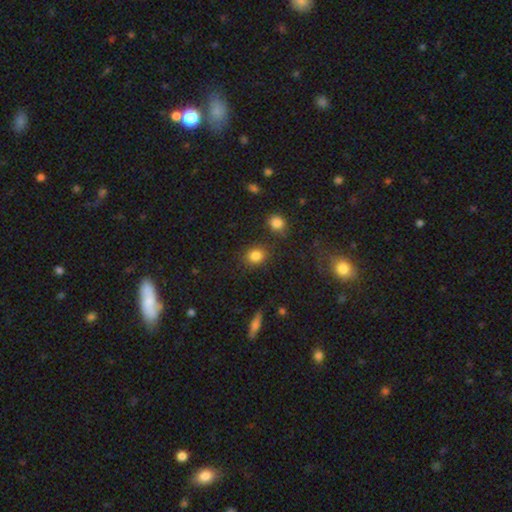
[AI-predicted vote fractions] Smooth or featured?
  - smooth: 84% *
  - star or artifact: 11%
  - featured or disk: 5%
How rounded?
  - round: 67% *
  - in between: 32%
  - cigar-shaped: 1%
Merging?
  - none: 82% *
  - minor disturbance: 10%
  - merger: 5%
  - major disturbance: 3%